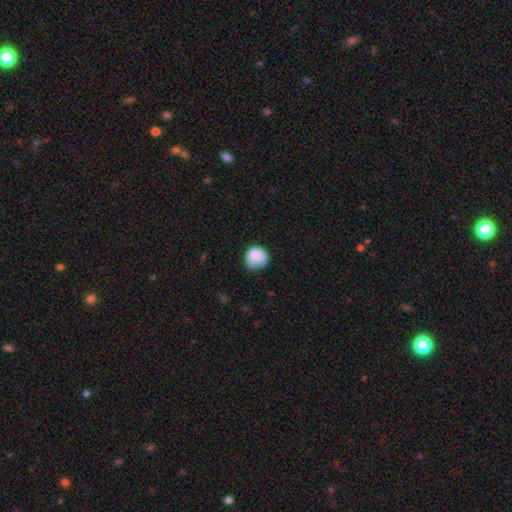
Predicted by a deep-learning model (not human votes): The model was most divided on "merging": none: 52%, minor disturbance: 35%, major disturbance: 11%, merger: 2%. More confident: how rounded — round (84%); smooth or featured — smooth (83%).